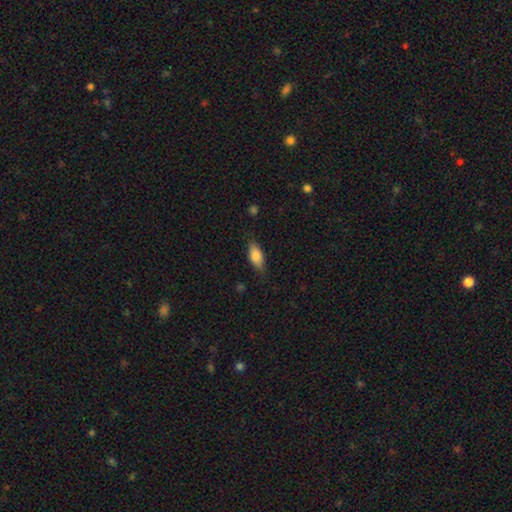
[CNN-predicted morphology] Smooth or featured? Predicted: smooth (p=0.82). How rounded? Predicted: in between (p=0.84). Merging? Predicted: none (p=0.78).